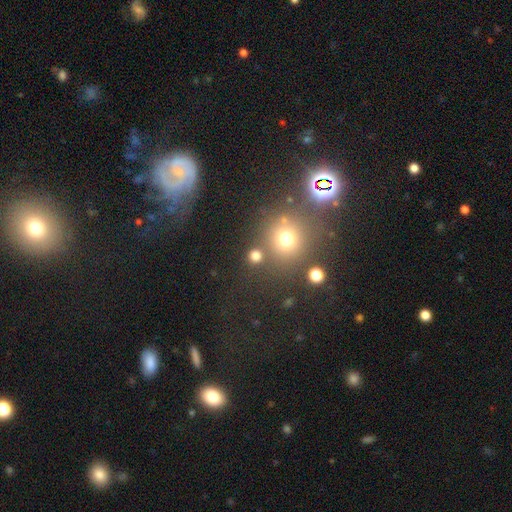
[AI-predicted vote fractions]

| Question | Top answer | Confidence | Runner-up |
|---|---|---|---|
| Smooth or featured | smooth | 72% | star or artifact (21%) |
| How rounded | round | 90% | in between (9%) |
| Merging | none | 78% | merger (11%) |